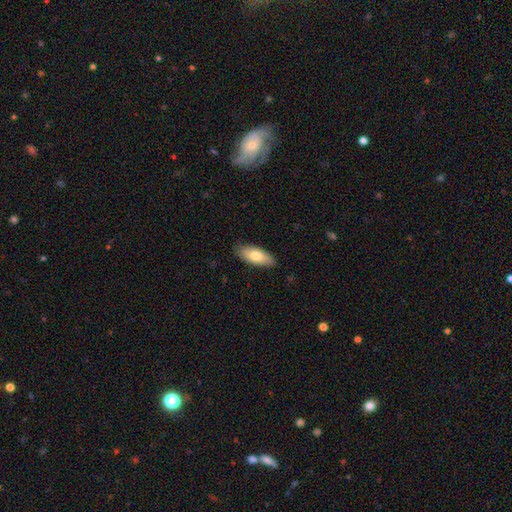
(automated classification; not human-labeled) This is likely a smooth galaxy (75%). How rounded: clearly in between (83%). Merging: clearly none (85%).